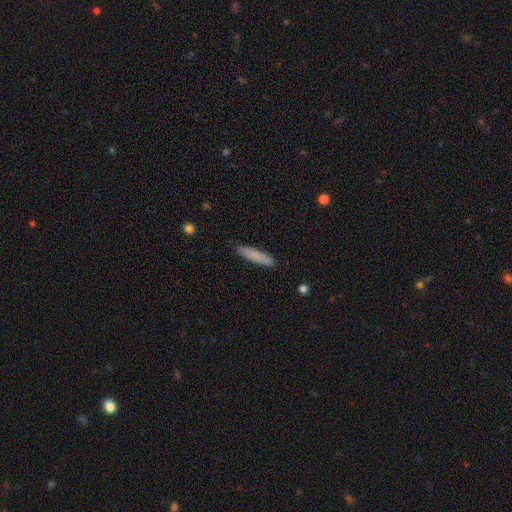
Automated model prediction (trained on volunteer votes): smooth-or-featured: smooth: 82% | featured or disk: 12% | star or artifact: 6%
  how-rounded: cigar-shaped: 90% | in between: 9% | round: 1%
  merging: none: 89% | minor disturbance: 8% | major disturbance: 2% | merger: 1%